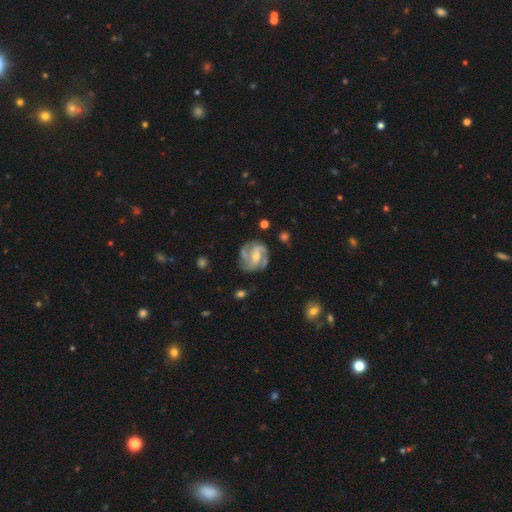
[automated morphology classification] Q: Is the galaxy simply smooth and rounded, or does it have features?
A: featured or disk — 87%.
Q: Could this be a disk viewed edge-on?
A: no — 98%.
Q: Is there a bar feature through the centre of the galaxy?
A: weak — 42%.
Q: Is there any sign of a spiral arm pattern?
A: yes — 96%.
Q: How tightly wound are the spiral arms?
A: medium — 48%.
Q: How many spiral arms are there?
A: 3 — 42%.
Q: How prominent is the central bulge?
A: small — 54%.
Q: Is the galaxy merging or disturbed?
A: none — 73%.